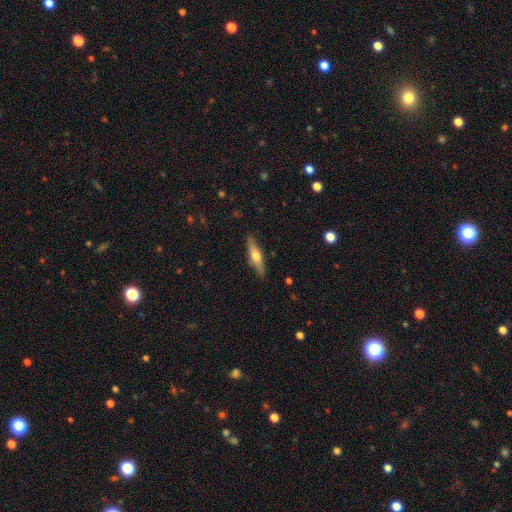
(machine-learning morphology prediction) type=featured or disk (48%); merging=none (87%).